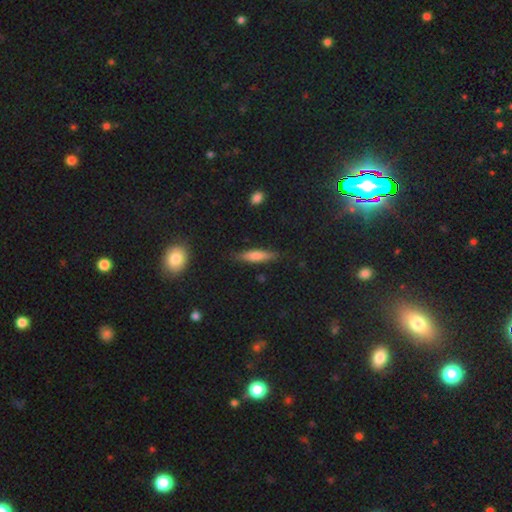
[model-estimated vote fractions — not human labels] Q: Smooth or featured?
A: smooth (66%); runner-up: featured or disk (26%)
Q: How rounded?
A: cigar-shaped (79%); runner-up: in between (19%)
Q: Merging?
A: none (85%); runner-up: minor disturbance (11%)